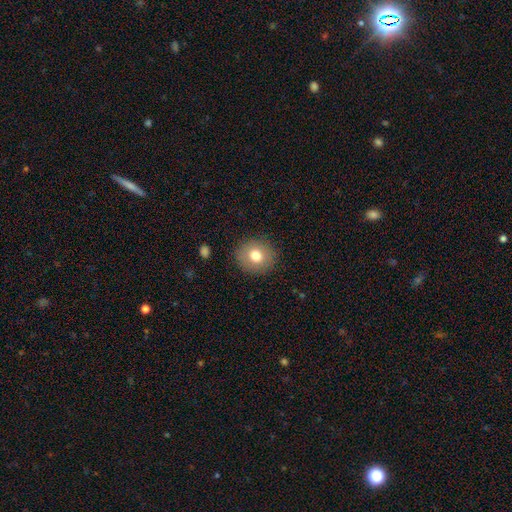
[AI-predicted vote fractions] Smooth or featured?
  - smooth: 76% *
  - featured or disk: 15%
  - star or artifact: 9%
How rounded?
  - round: 81% *
  - in between: 18%
  - cigar-shaped: 1%
Merging?
  - none: 88% *
  - minor disturbance: 8%
  - major disturbance: 3%
  - merger: 1%